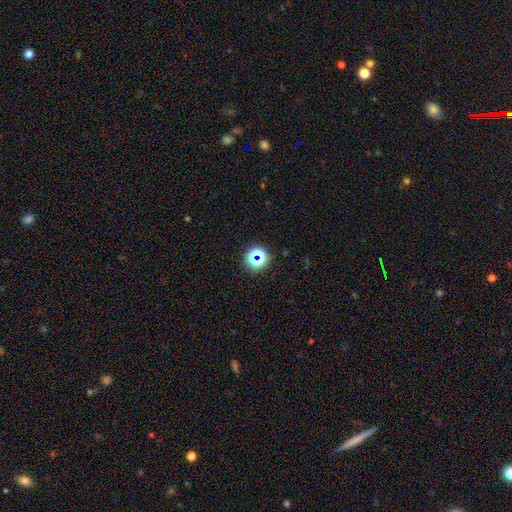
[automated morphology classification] smooth_or_featured: star or artifact (p=0.56) [alt: smooth p=0.35]